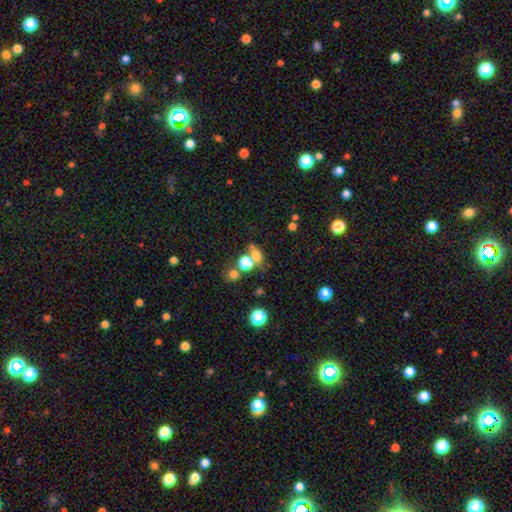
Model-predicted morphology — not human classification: smooth-or-featured: smooth: 69% | star or artifact: 19% | featured or disk: 12%
  how-rounded: in between: 52% | round: 45% | cigar-shaped: 3%
  merging: none: 49% | merger: 31% | minor disturbance: 12% | major disturbance: 8%